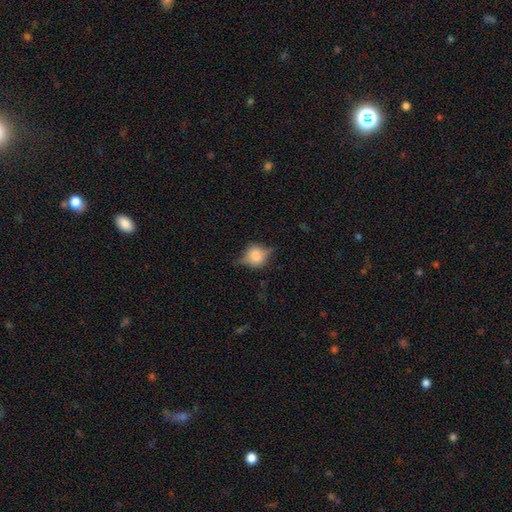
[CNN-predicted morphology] Smooth or featured? Predicted: smooth (p=0.48). Merging? Predicted: none (p=0.64).